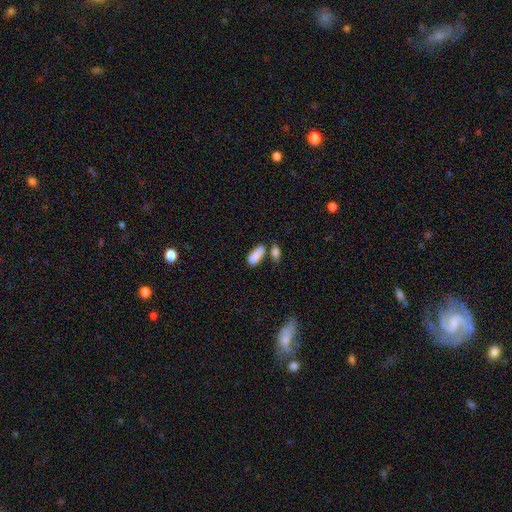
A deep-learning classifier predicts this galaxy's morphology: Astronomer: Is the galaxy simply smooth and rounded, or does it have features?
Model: smooth — 85%.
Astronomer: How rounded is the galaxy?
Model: in between — 86%.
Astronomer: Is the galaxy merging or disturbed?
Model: none — 41% (runner-up: merger, 33%).